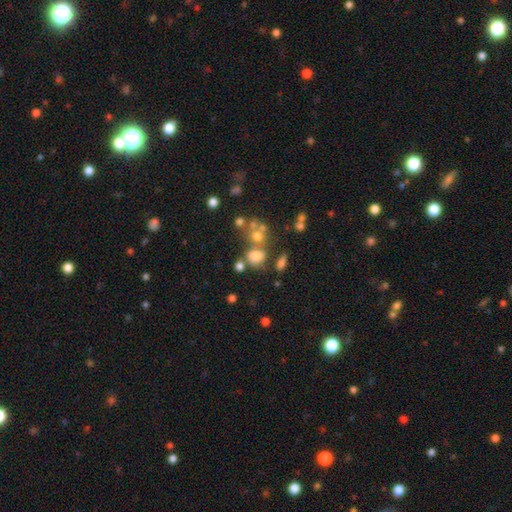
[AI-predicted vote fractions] Smooth or featured?
  - smooth: 67% *
  - star or artifact: 18%
  - featured or disk: 15%
How rounded?
  - round: 52% *
  - in between: 47%
  - cigar-shaped: 2%
Merging?
  - none: 44% *
  - merger: 32%
  - minor disturbance: 14%
  - major disturbance: 10%